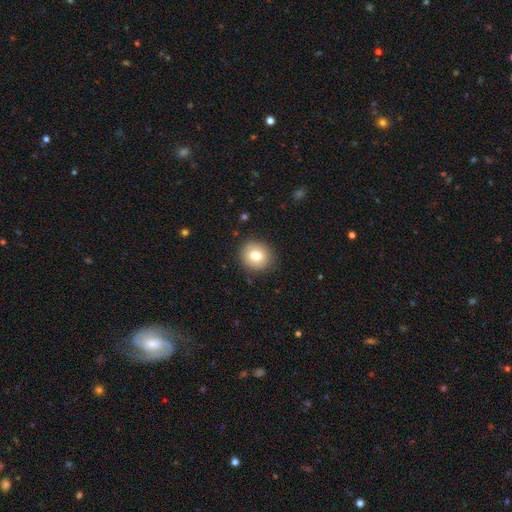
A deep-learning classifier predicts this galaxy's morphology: Q: Smooth or featured?
A: smooth (77%); runner-up: featured or disk (13%)
Q: How rounded?
A: round (85%); runner-up: in between (14%)
Q: Merging?
A: none (88%); runner-up: minor disturbance (8%)